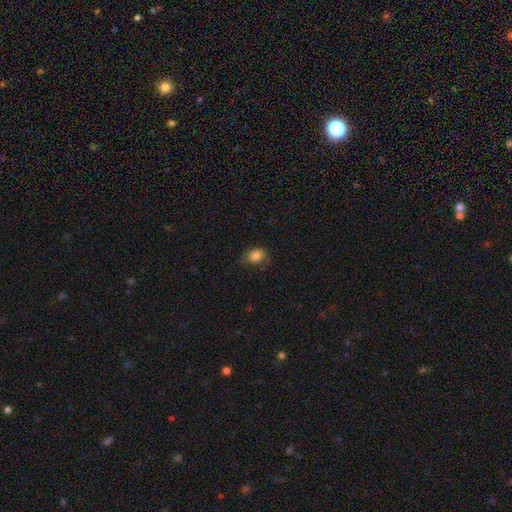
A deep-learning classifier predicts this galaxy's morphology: Q: Smooth or featured?
A: smooth (84%); runner-up: star or artifact (10%)
Q: How rounded?
A: in between (76%); runner-up: round (23%)
Q: Merging?
A: none (67%); runner-up: minor disturbance (25%)